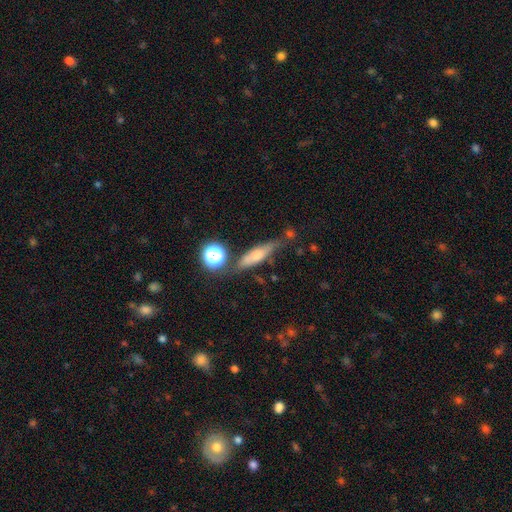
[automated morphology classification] This appears to be a smooth galaxy with no disk features (54%) that is cigar-shaped (61%). Merging: none (63%).